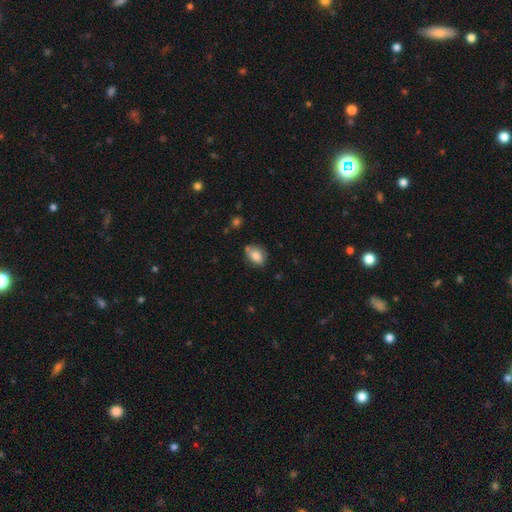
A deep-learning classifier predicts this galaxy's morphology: type=smooth (80%); roundness=in between (74%); merging=none (63%).